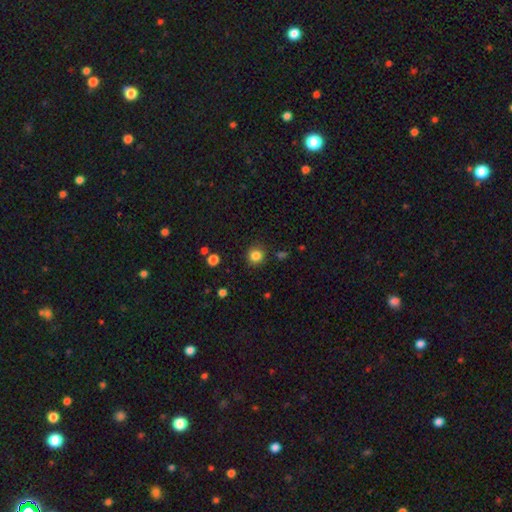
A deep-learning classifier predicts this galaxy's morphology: Smooth or featured?
  - smooth: 83% *
  - star or artifact: 12%
  - featured or disk: 5%
How rounded?
  - round: 88% *
  - in between: 11%
  - cigar-shaped: 1%
Merging?
  - none: 87% *
  - minor disturbance: 8%
  - major disturbance: 3%
  - merger: 2%